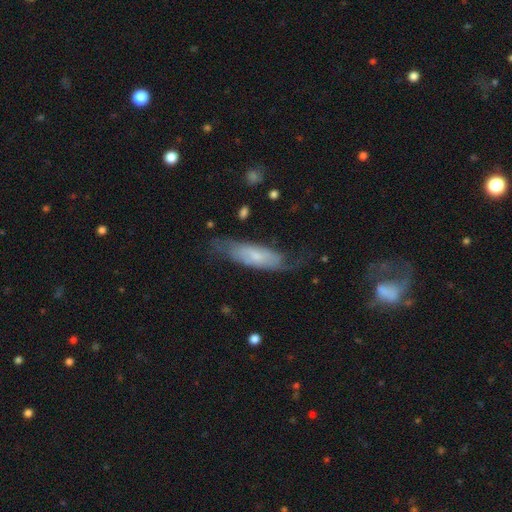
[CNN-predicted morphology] Smooth or featured? Predicted: featured or disk (p=0.50). Edge-on disk? Predicted: no (p=0.71). Merging? Predicted: none (p=0.55).